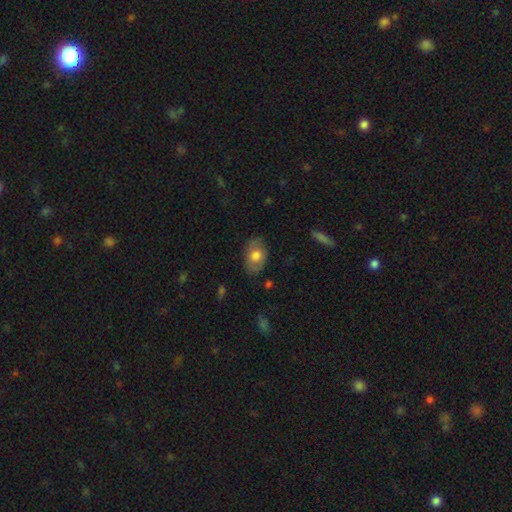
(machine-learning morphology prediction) A smooth galaxy with no disk features (71%) that is in between round and cigar-shaped (87%).

Vote fractions:
- Smooth or featured? smooth: 71% / featured or disk: 22% / star or artifact: 7%
- How rounded? in between: 87% / round: 12% / cigar-shaped: 1%
- Merging? none: 78% / minor disturbance: 17% / major disturbance: 4% / merger: 1%